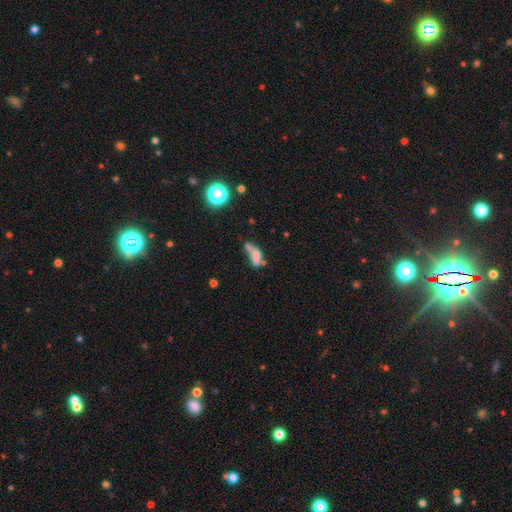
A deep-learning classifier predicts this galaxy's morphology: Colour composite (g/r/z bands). It shows a smooth galaxy with no disk features (52%) that is in between round and cigar-shaped (63%). Merging: merger (32%).